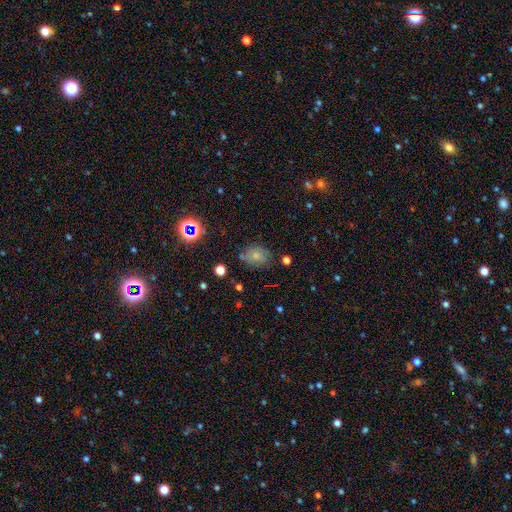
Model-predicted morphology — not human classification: Smooth or featured?
  - smooth: 69% *
  - star or artifact: 18%
  - featured or disk: 13%
How rounded?
  - in between: 62% *
  - round: 36%
  - cigar-shaped: 1%
Merging?
  - none: 70% *
  - minor disturbance: 19%
  - major disturbance: 6%
  - merger: 5%